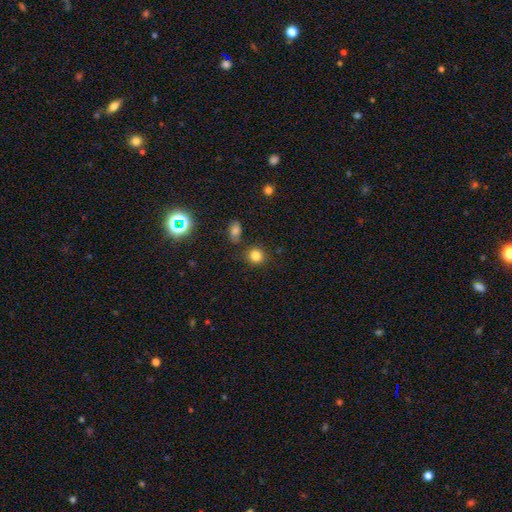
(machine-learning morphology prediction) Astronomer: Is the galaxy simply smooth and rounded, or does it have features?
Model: smooth — 82%.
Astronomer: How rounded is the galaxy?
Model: round — 84%.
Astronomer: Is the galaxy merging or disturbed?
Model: none — 83%.